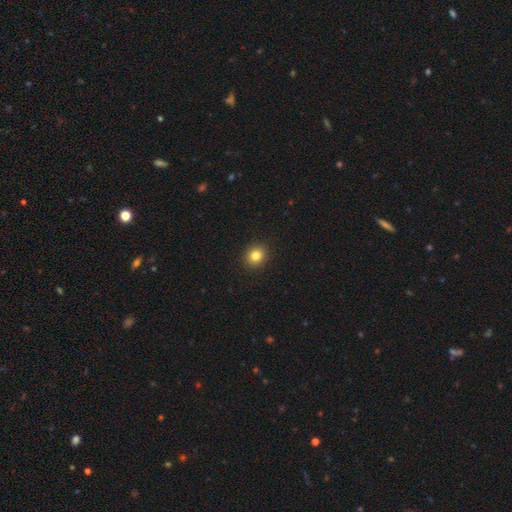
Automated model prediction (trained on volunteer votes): Overall: smooth (82%). How rounded: round (80%). Merging: none (92%).